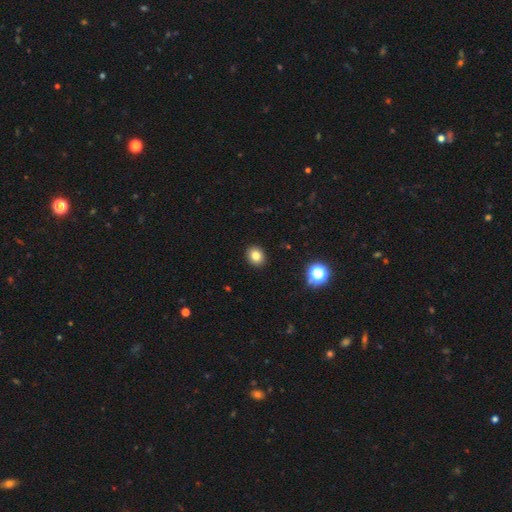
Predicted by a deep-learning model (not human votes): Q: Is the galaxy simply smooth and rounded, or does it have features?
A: smooth — 81%.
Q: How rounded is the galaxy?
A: round — 64%.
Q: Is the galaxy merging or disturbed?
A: none — 92%.